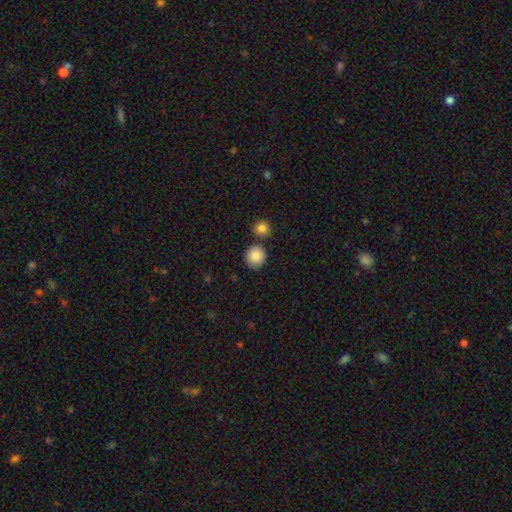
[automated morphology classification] smooth-or-featured: smooth: 87% | star or artifact: 9% | featured or disk: 5%
  how-rounded: round: 88% | in between: 11% | cigar-shaped: 1%
  merging: none: 80% | merger: 10% | minor disturbance: 8% | major disturbance: 2%